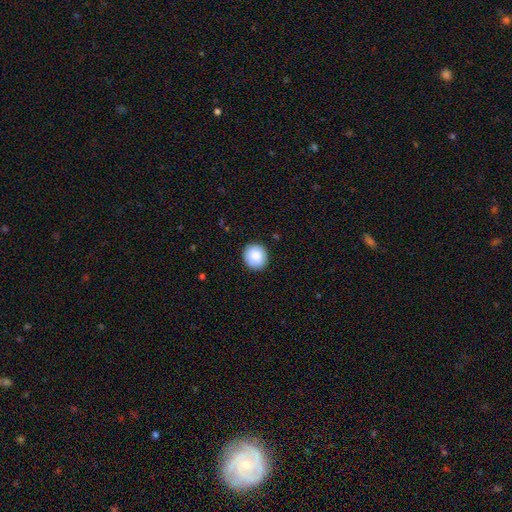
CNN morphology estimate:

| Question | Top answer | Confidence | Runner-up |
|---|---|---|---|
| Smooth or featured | smooth | 86% | star or artifact (8%) |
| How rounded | round | 89% | in between (10%) |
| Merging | none | 90% | minor disturbance (7%) |